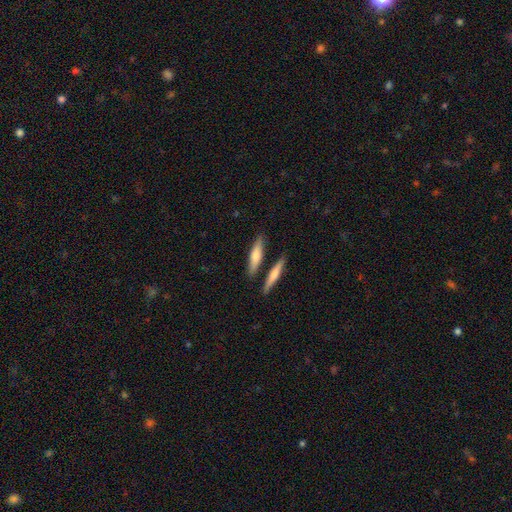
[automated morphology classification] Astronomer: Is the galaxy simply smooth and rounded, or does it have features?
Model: smooth — 60%.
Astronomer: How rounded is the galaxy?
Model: cigar-shaped — 78%.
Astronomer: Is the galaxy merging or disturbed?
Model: none — 77%.